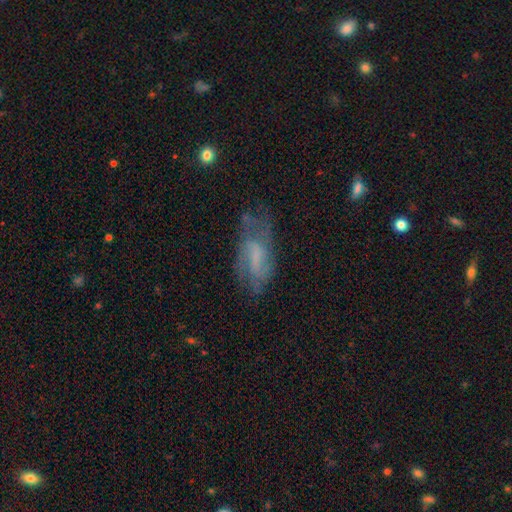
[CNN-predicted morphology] Smooth or featured? Predicted: featured or disk (p=0.55). Edge-on disk? Predicted: no (p=0.91). Bar? Predicted: weak (p=0.43). Spiral arms? Predicted: yes (p=0.73). Bulge size? Predicted: none (p=0.50). Merging? Predicted: none (p=0.55).